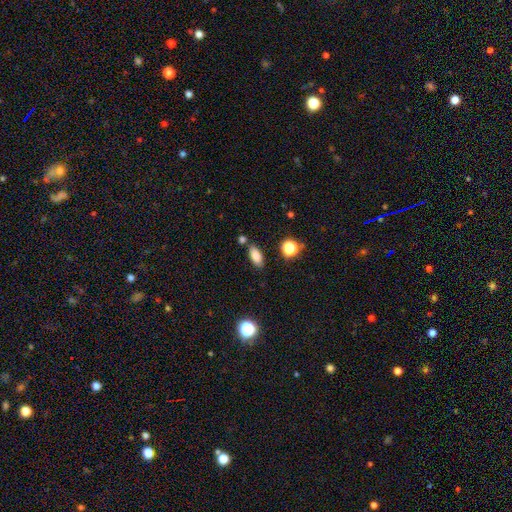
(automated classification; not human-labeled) Q: Smooth or featured?
A: smooth (81%); runner-up: star or artifact (10%)
Q: How rounded?
A: in between (82%); runner-up: cigar-shaped (13%)
Q: Merging?
A: none (78%); runner-up: minor disturbance (12%)